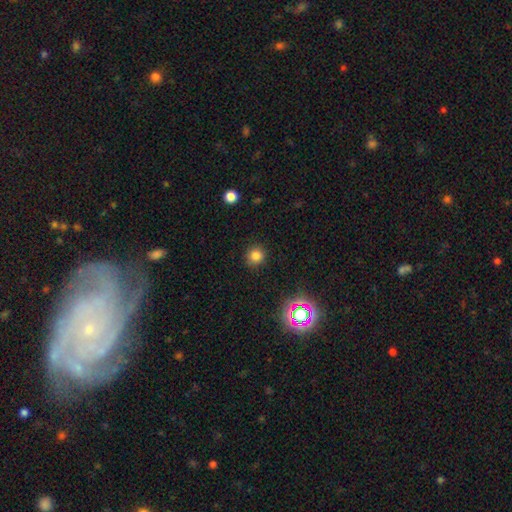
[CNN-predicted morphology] The model was most divided on "smooth or featured": smooth: 79%, star or artifact: 16%, featured or disk: 5%. More confident: how rounded — round (90%); merging — none (88%).